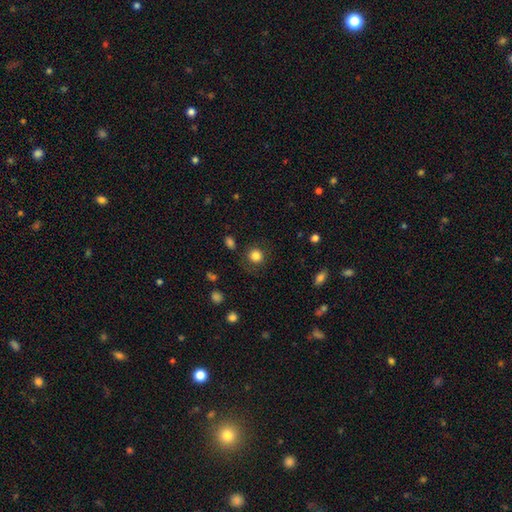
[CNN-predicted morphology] Smooth or featured? Predicted: smooth (p=0.83). How rounded? Predicted: round (p=0.88). Merging? Predicted: none (p=0.80).